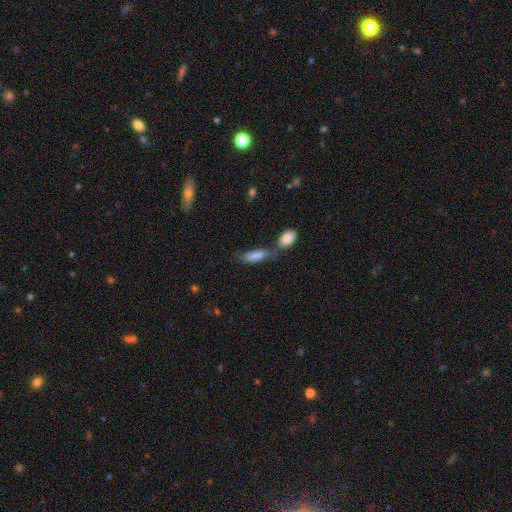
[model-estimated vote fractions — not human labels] This appears to be a smooth galaxy with no disk features (83%) that is in between round and cigar-shaped (65%). Merging: merger (43%).